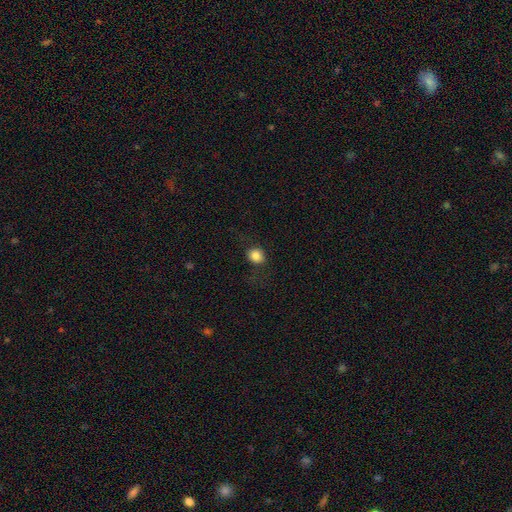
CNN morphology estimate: This appears to be a smooth galaxy with no disk features (83%) that is round (74%). Merging: none (79%).